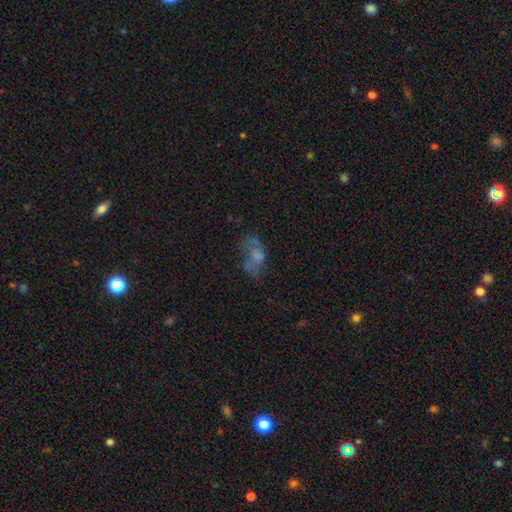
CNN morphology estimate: Smooth or featured? featured or disk (42%)
Merging? none (37%)